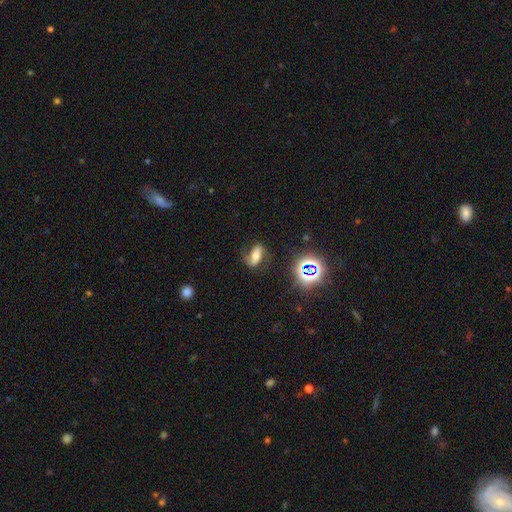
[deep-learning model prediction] This appears to be a featured or disk galaxy (43%). Merging: none (67%).